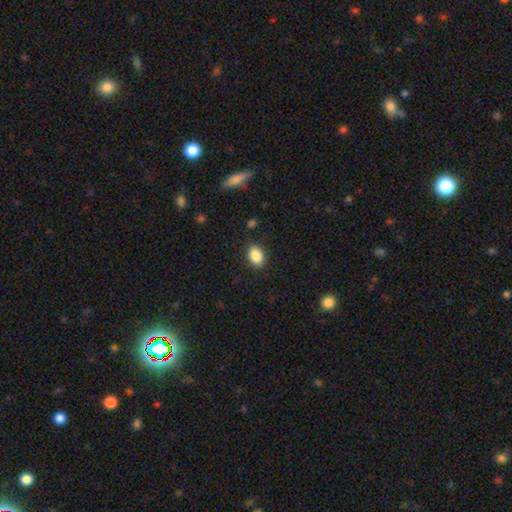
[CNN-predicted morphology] This is clearly a smooth galaxy (87%). How rounded: likely in between (75%). Merging: clearly none (87%).